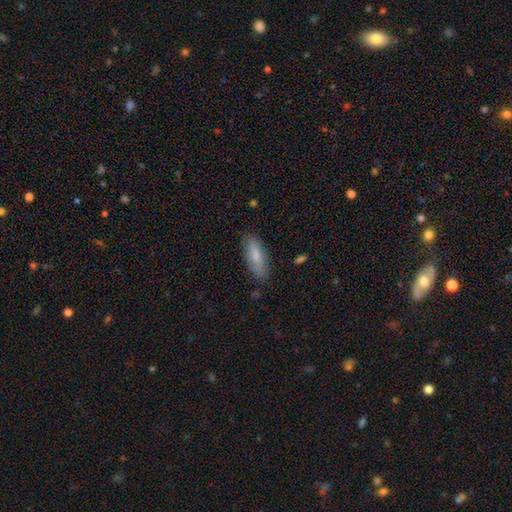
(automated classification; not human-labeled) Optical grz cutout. It shows a smooth galaxy with no disk features (78%) that is in between round and cigar-shaped (64%). Merging: none (80%).